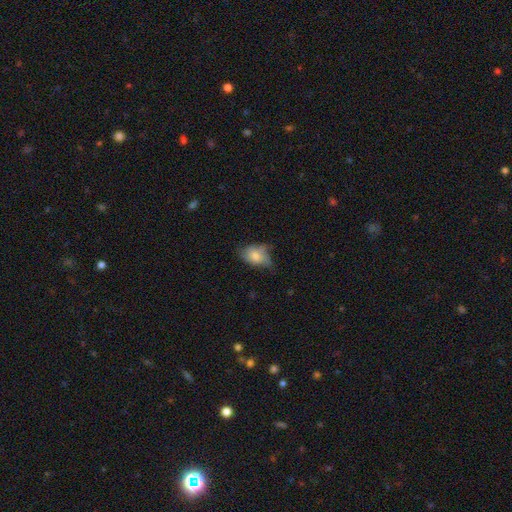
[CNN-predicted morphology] smooth 67%, featured or disk 24%, star or artifact 8%. Down the decision tree: how rounded — in between (80%); merging — none (41%).